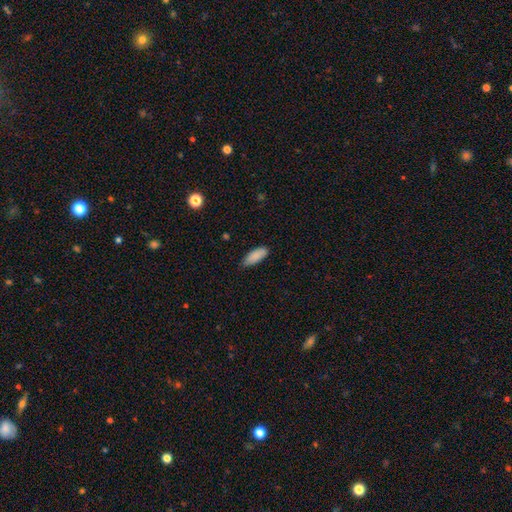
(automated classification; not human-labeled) Smooth or featured? smooth (88%)
How rounded? in between (80%)
Merging? none (74%)